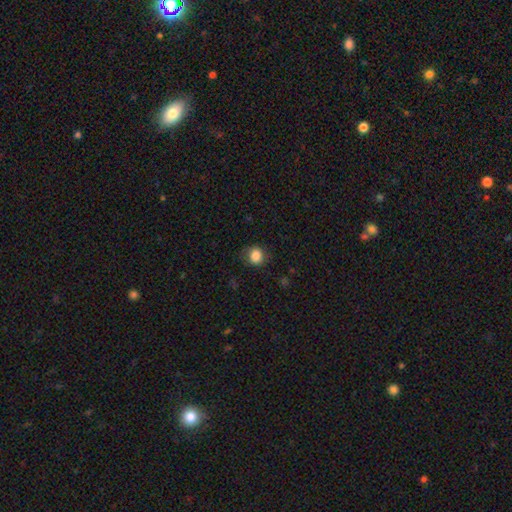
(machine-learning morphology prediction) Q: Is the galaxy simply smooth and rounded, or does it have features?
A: smooth — 85%.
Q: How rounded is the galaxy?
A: round — 70%.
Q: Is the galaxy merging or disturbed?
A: none — 76%.